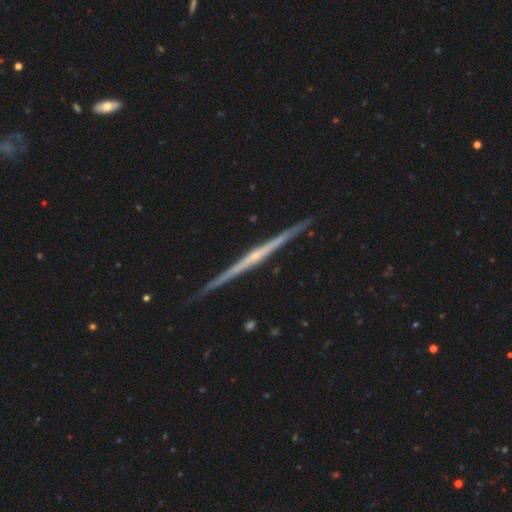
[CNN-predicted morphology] Smooth or featured?
  - featured or disk: 85% *
  - smooth: 10%
  - star or artifact: 5%
Edge-on disk?
  - yes: 99% *
  - no: 1%
Edge-on bulge?
  - rounded: 48% *
  - none: 43%
  - boxy: 9%
Merging?
  - none: 92% *
  - minor disturbance: 6%
  - major disturbance: 1%
  - merger: 1%